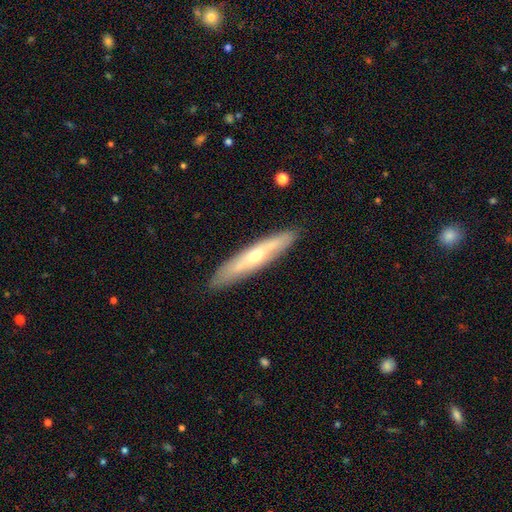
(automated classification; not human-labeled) Smooth or featured? featured or disk (53%)
Edge-on disk? yes (74%)
Merging? none (88%)